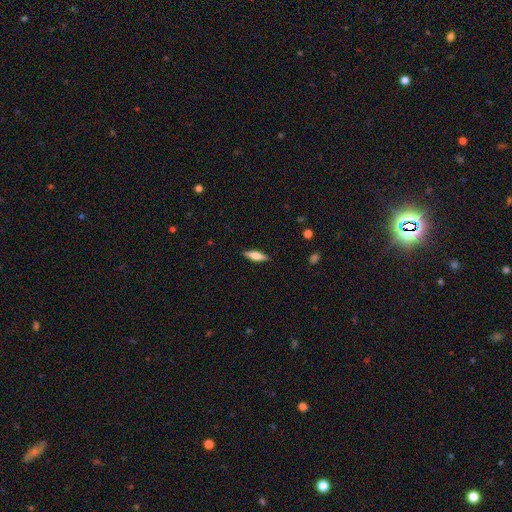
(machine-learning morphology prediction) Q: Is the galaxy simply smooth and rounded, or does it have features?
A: smooth — 53%.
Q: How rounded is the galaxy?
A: cigar-shaped — 59%.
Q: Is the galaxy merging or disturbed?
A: none — 88%.